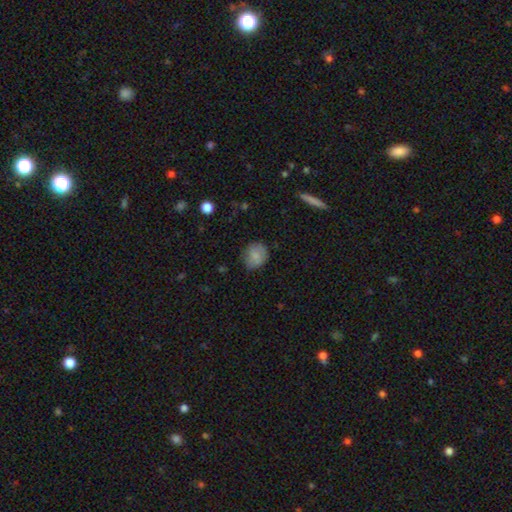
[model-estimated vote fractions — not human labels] smooth-or-featured: smooth: 74% | featured or disk: 17% | star or artifact: 8%
  how-rounded: round: 64% | in between: 34% | cigar-shaped: 1%
  merging: none: 70% | minor disturbance: 22% | major disturbance: 6% | merger: 1%